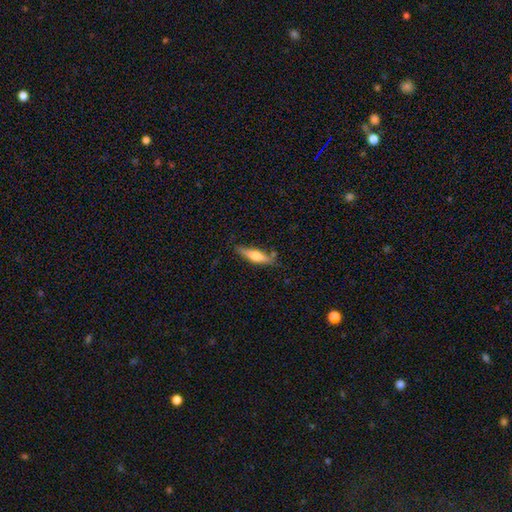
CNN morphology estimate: This appears to be a smooth galaxy with no disk features (50%). Merging: none (77%).